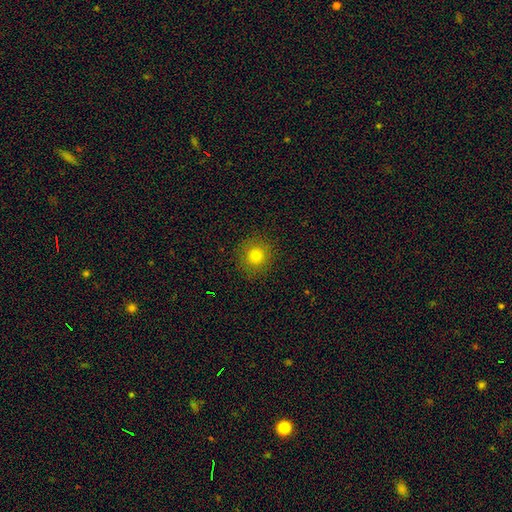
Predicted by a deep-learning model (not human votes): Smooth or featured? smooth (78%)
How rounded? round (93%)
Merging? none (90%)